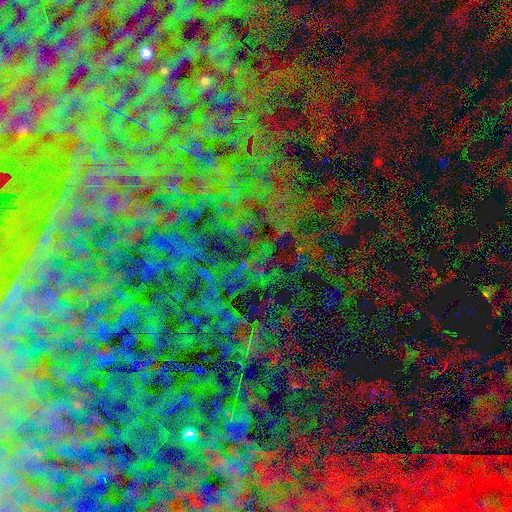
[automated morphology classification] A star or artifact, not a galaxy (82%).

Vote fractions:
- Smooth or featured? star or artifact: 82% / featured or disk: 9% / smooth: 8%